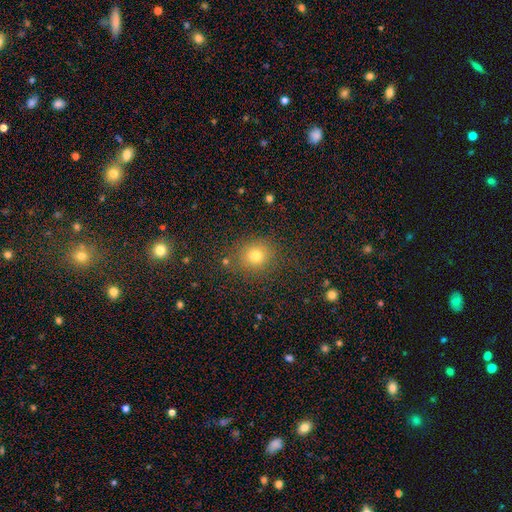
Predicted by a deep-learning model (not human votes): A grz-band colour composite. It shows a smooth galaxy with no disk features (75%) that is round (80%). Merging: none (83%).